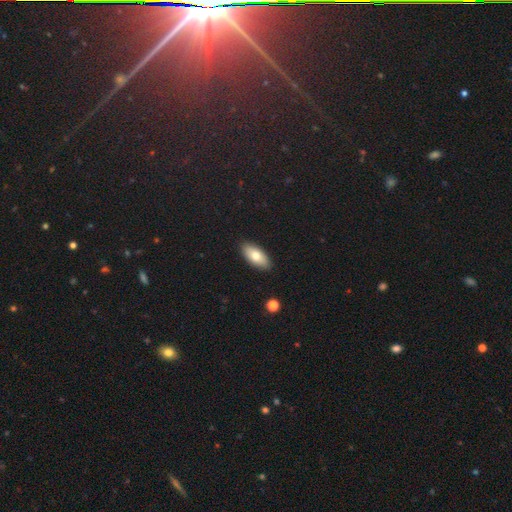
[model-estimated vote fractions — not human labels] smooth_or_featured: smooth (p=0.75) [alt: featured or disk p=0.18]
how_rounded: in between (p=0.89) [alt: cigar-shaped p=0.08]
merging: none (p=0.89) [alt: minor disturbance p=0.08]